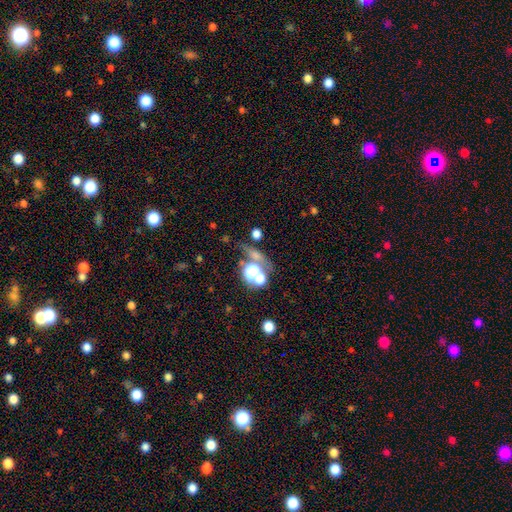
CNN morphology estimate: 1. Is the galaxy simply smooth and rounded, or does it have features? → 51% star or artifact, 33% smooth, 16% featured or disk.